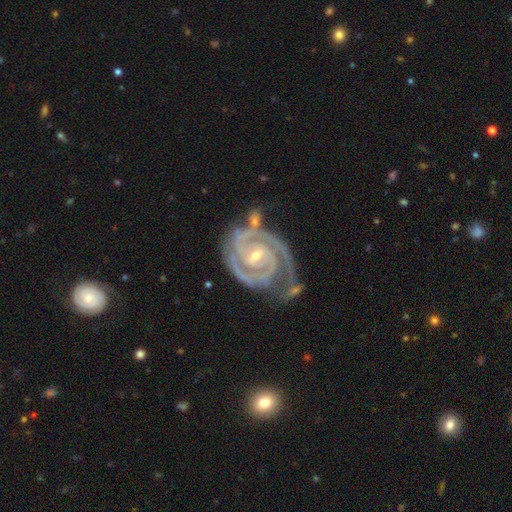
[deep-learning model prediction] Morphology: type=featured or disk (93%); edge-on=no (98%); bar=weak (46%); spiral arms=yes (99%); winding=tight (77%); arm count=2 (65%); bulge=small (67%); merging=none (54%).